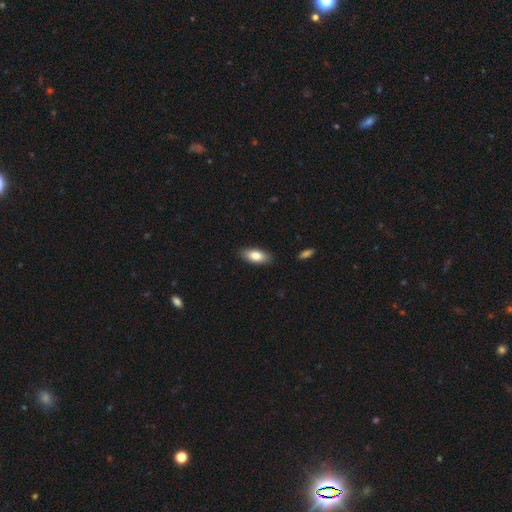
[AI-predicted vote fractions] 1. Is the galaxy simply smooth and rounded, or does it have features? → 83% smooth, 11% featured or disk, 6% star or artifact.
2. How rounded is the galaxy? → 88% in between, 9% cigar-shaped, 3% round.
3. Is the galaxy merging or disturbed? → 88% none, 9% minor disturbance, 2% major disturbance, 1% merger.